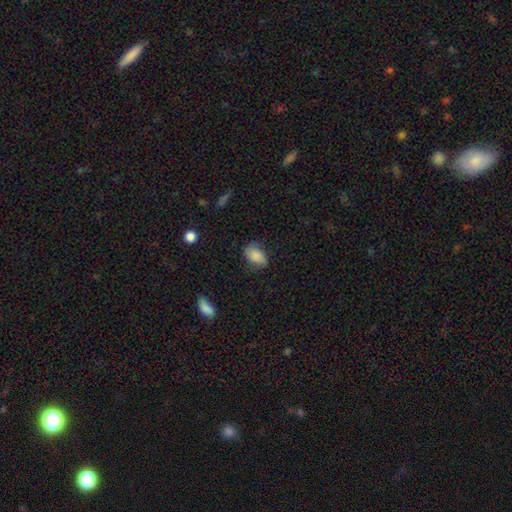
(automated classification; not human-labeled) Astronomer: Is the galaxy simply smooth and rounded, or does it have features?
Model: smooth — 80%.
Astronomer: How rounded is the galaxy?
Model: in between — 86%.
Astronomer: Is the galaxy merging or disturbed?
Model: none — 64%.